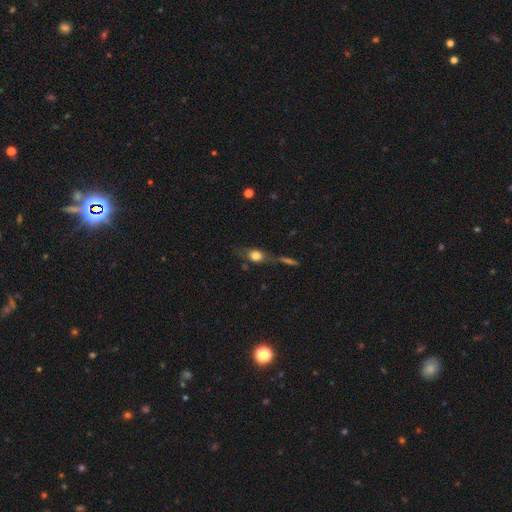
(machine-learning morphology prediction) smooth_or_featured: smooth (p=0.59) [alt: featured or disk p=0.30]
how_rounded: in between (p=0.55) [alt: round p=0.29]
merging: none (p=0.50) [alt: merger p=0.19]